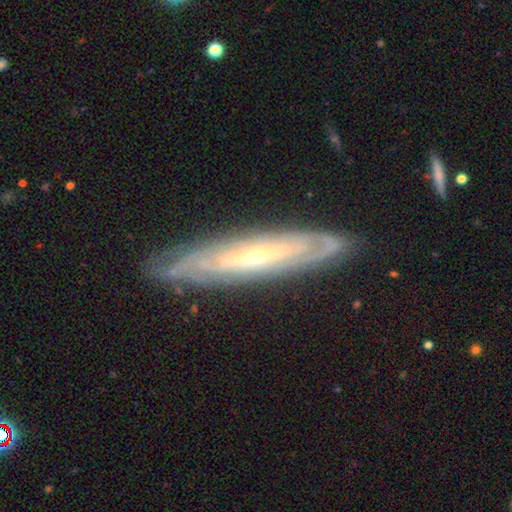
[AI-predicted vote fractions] Q: Smooth or featured?
A: featured or disk (80%); runner-up: smooth (14%)
Q: Edge-on disk?
A: no (56%); runner-up: yes (44%)
Q: Merging?
A: none (83%); runner-up: minor disturbance (13%)